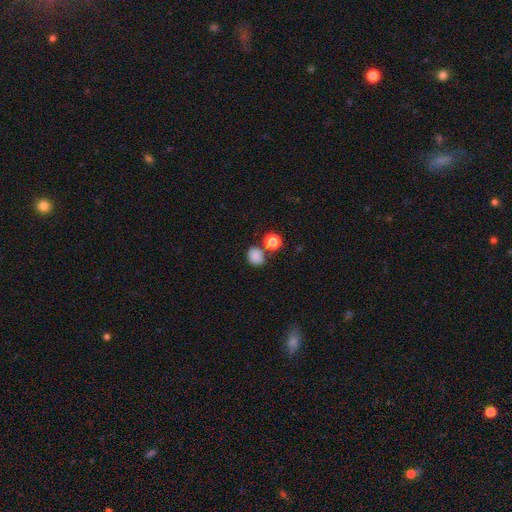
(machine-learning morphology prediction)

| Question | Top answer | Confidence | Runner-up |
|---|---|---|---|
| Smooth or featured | smooth | 84% | star or artifact (12%) |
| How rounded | round | 66% | in between (33%) |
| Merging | none | 71% | merger (15%) |